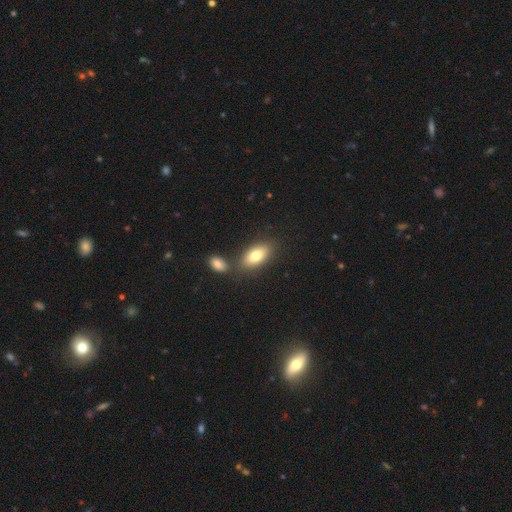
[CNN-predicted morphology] This is likely a smooth galaxy (77%). How rounded: clearly in between (89%). Merging: likely none (69%).